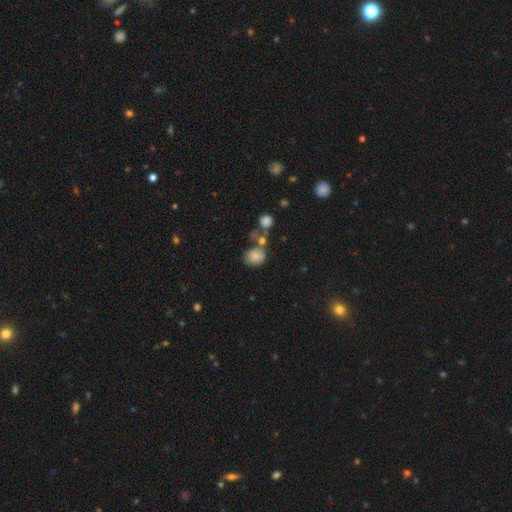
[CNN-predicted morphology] This is likely a smooth galaxy (80%). How rounded: possibly round (57%). Merging: possibly none (49%).